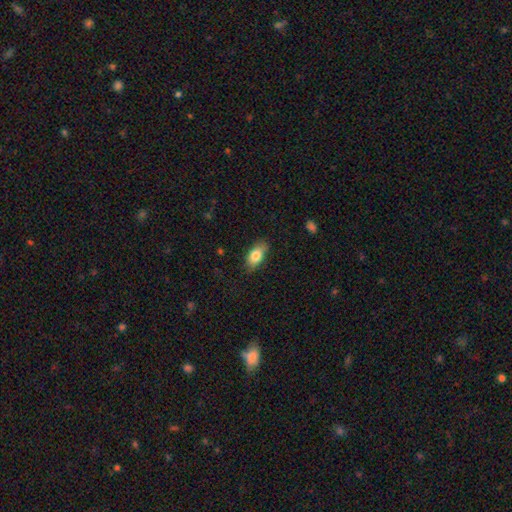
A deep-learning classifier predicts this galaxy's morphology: The model was most divided on "merging": none: 80%, minor disturbance: 16%, major disturbance: 3%, merger: 1%. More confident: how rounded — in between (88%); smooth or featured — smooth (81%).